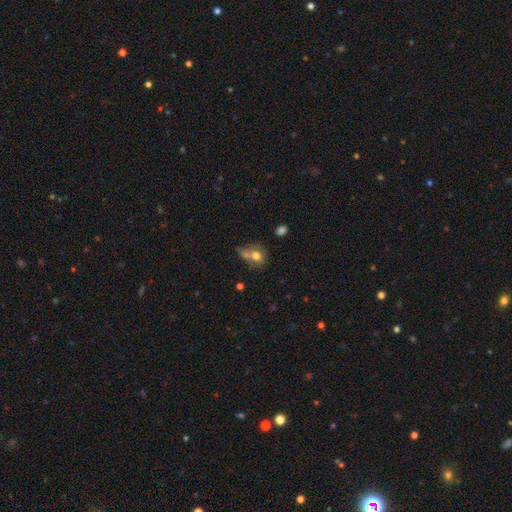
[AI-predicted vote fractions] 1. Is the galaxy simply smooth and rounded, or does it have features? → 71% smooth, 18% featured or disk, 11% star or artifact.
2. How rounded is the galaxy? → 51% round, 47% in between, 2% cigar-shaped.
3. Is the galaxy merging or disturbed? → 44% merger, 30% none, 16% minor disturbance, 10% major disturbance.